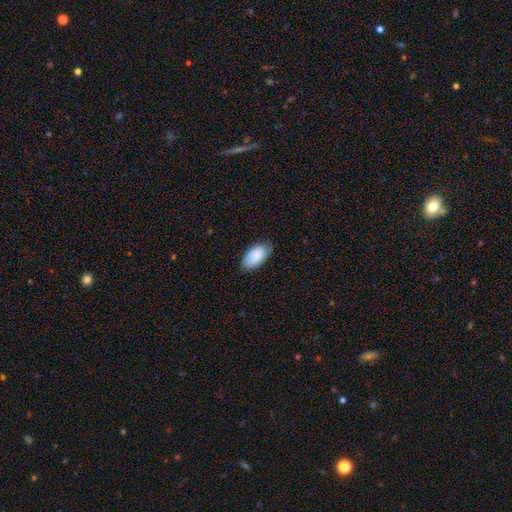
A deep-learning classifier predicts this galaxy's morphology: Smooth or featured?
  - smooth: 83% *
  - featured or disk: 11%
  - star or artifact: 6%
How rounded?
  - in between: 95% *
  - cigar-shaped: 3%
  - round: 2%
Merging?
  - none: 76% *
  - minor disturbance: 19%
  - major disturbance: 3%
  - merger: 1%